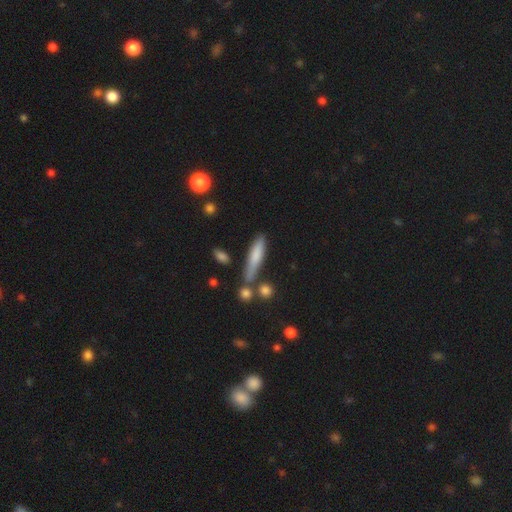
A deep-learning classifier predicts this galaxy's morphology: smooth-or-featured: smooth: 72% | featured or disk: 21% | star or artifact: 7%
  how-rounded: cigar-shaped: 80% | in between: 18% | round: 2%
  merging: none: 67% | minor disturbance: 17% | merger: 11% | major disturbance: 5%